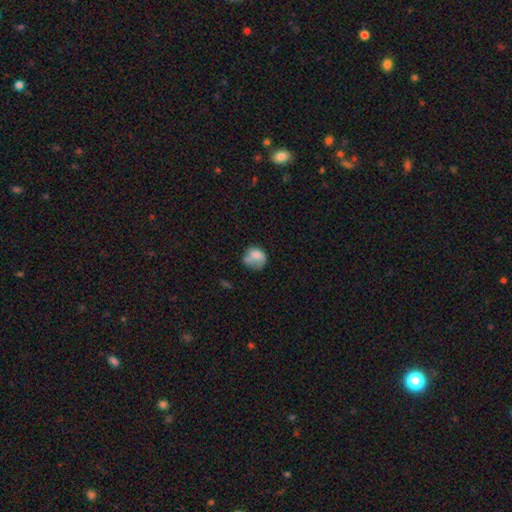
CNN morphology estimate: smooth 71%, featured or disk 20%, star or artifact 9%. Down the decision tree: how rounded — round (66%); merging — none (38%).